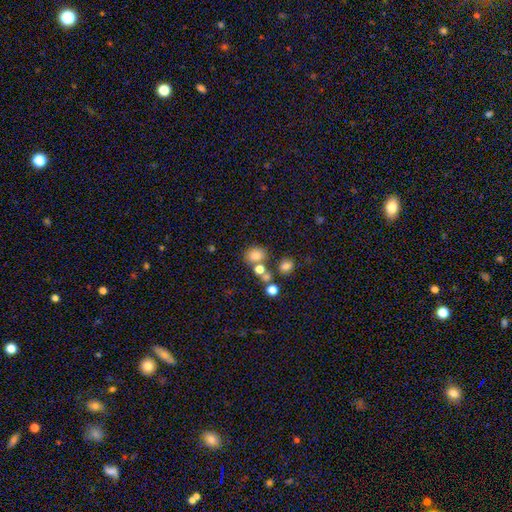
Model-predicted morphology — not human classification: A smooth galaxy with no disk features (76%) that is round (70%).

Vote fractions:
- Smooth or featured? smooth: 76% / star or artifact: 15% / featured or disk: 9%
- How rounded? round: 70% / in between: 29% / cigar-shaped: 1%
- Merging? none: 62% / merger: 23% / minor disturbance: 10% / major disturbance: 5%